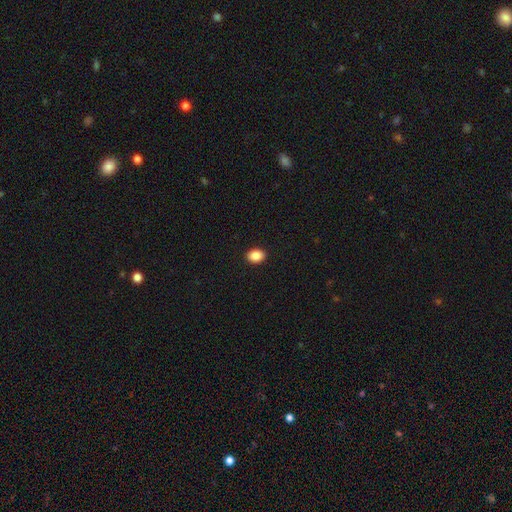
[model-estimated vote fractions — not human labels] This appears to be a smooth galaxy with no disk features (88%) that is in between round and cigar-shaped (65%). Merging: none (92%).